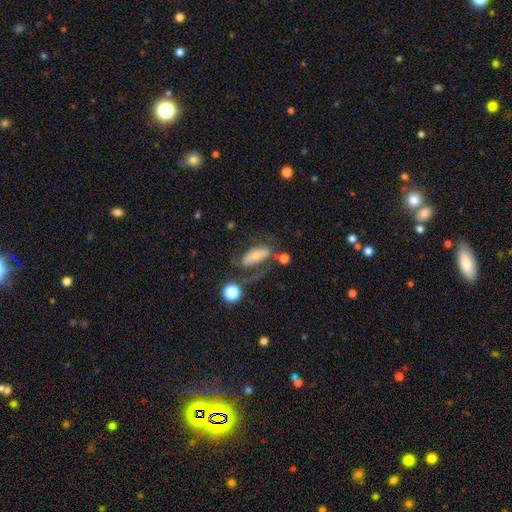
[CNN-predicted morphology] The model was most divided on "smooth or featured": smooth: 50%, featured or disk: 41%, star or artifact: 9%. Remaining: merging — none (44%).